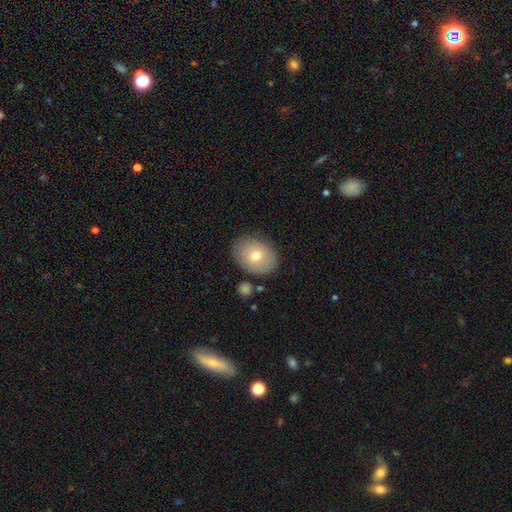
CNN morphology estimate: smooth-or-featured: smooth: 69% | featured or disk: 23% | star or artifact: 8%
  how-rounded: in between: 65% | round: 34% | cigar-shaped: 1%
  merging: none: 80% | minor disturbance: 13% | merger: 4% | major disturbance: 3%